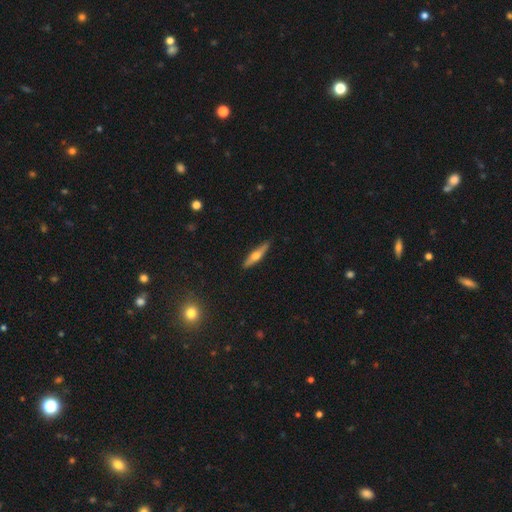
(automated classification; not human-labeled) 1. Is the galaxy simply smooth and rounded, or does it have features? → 53% featured or disk, 41% smooth, 6% star or artifact.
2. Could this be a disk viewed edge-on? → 94% yes, 6% no.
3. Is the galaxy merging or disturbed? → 89% none, 9% minor disturbance, 2% major disturbance, 1% merger.